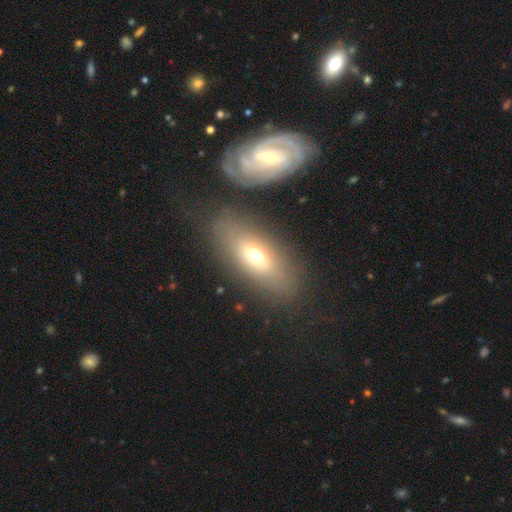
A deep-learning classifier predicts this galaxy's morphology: Smooth or featured: smooth — 58% (featured or disk — 32%)
How rounded: in between — 79% (cigar-shaped — 15%)
Merging: none — 76% (minor disturbance — 13%)